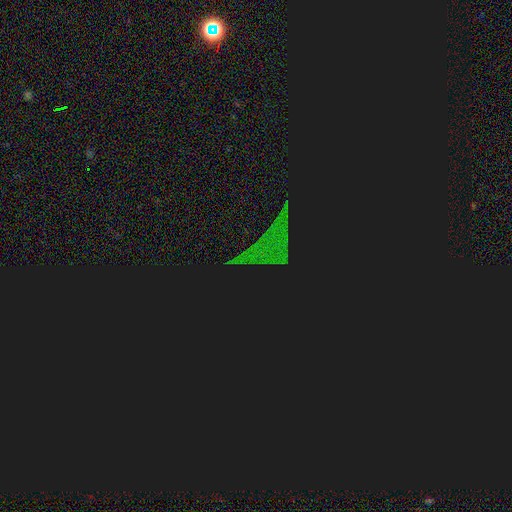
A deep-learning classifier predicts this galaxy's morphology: This is likely a star or artifact rather than a galaxy (78%).